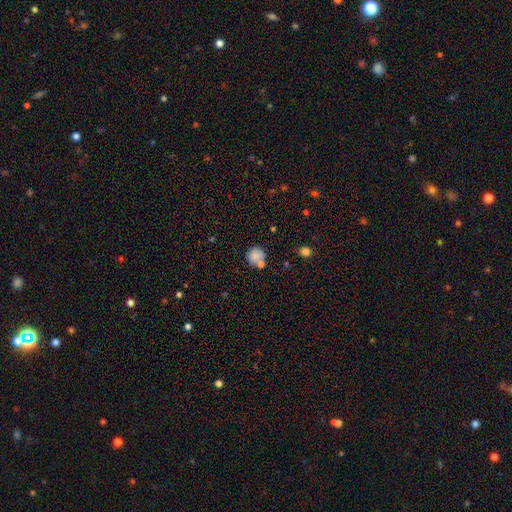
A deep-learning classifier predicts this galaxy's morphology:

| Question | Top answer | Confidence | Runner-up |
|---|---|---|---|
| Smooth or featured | smooth | 82% | star or artifact (10%) |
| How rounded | round | 88% | in between (11%) |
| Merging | none | 64% | merger (18%) |